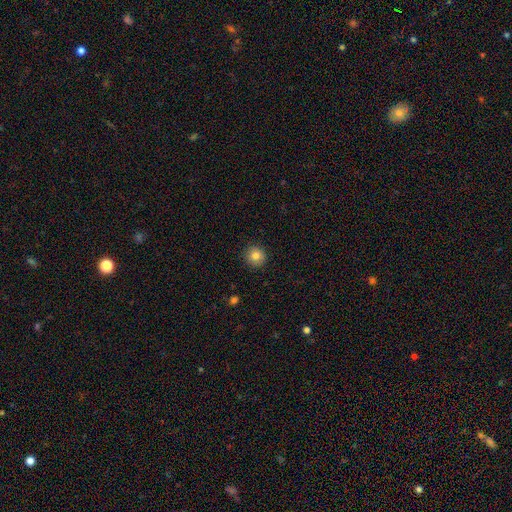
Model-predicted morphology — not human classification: The model was most divided on "smooth or featured": smooth: 82%, star or artifact: 10%, featured or disk: 8%. More confident: how rounded — round (93%); merging — none (91%).